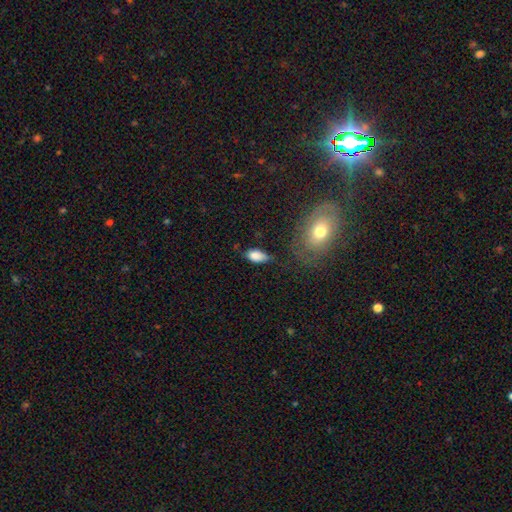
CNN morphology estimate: Overall: smooth (83%). How rounded: in between (89%). Merging: none (56%; minor disturbance 31%).